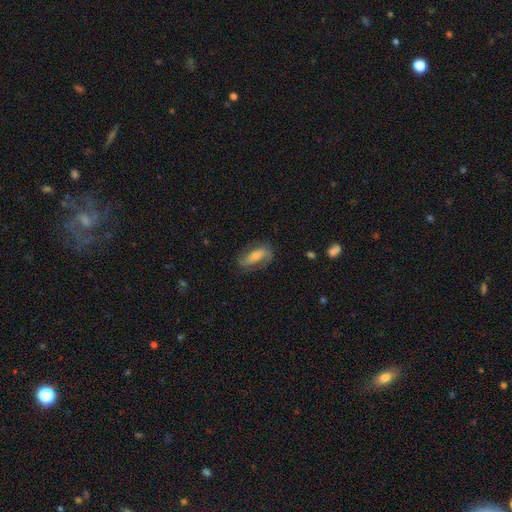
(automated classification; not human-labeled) A featured or disk galaxy (59%) with no bar (39%), spiral arms (86%) and a small central bulge (43%, tied with moderate).

Vote fractions:
- Smooth or featured? featured or disk: 59% / smooth: 32% / star or artifact: 9%
- Edge-on disk? no: 88% / yes: 12%
- Bar? no: 39% / weak: 34% / strong: 27%
- Spiral arms? yes: 86% / no: 14%
- Bulge size? small: 43% (tied) / moderate: 43% (tied) / large: 6% / none: 6% / dominant: 2%
- Merging? none: 71% / minor disturbance: 19% / major disturbance: 8% / merger: 2%